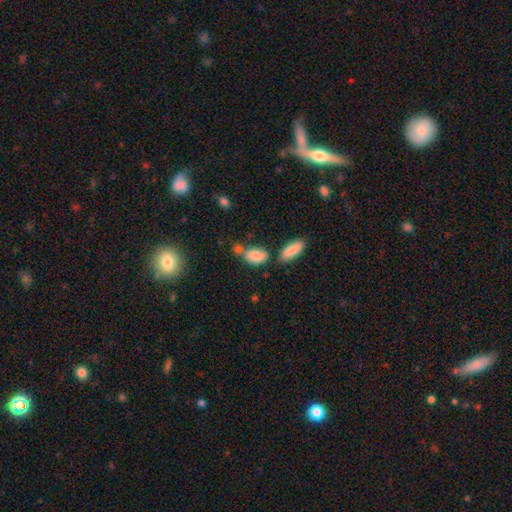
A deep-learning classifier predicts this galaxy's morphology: This appears to be a smooth galaxy with no disk features (81%) that is in between round and cigar-shaped (88%). Merging: none (49%).